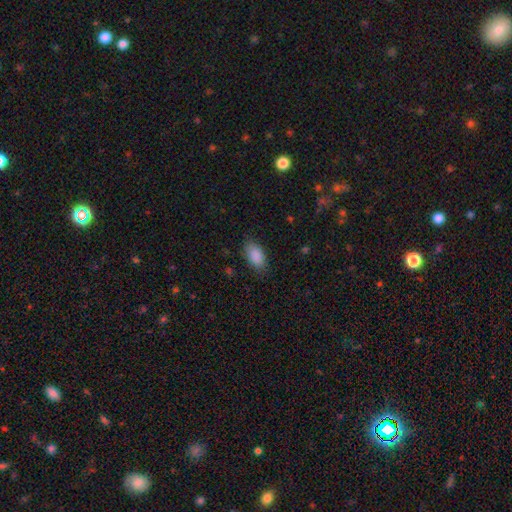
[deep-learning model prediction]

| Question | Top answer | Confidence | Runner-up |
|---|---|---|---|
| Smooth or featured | smooth | 89% | star or artifact (7%) |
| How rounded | in between | 93% | round (4%) |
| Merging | none | 82% | minor disturbance (13%) |